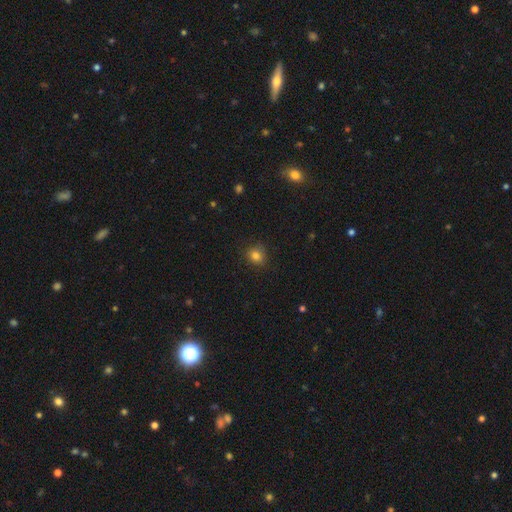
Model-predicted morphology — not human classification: This appears to be a smooth galaxy with no disk features (82%) that is round (77%). Merging: none (84%).